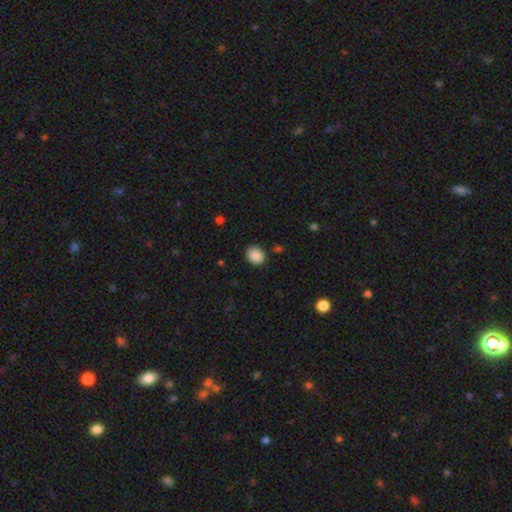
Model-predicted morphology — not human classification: Q: Smooth or featured?
A: smooth (88%); runner-up: star or artifact (8%)
Q: How rounded?
A: round (61%); runner-up: in between (38%)
Q: Merging?
A: none (86%); runner-up: minor disturbance (10%)